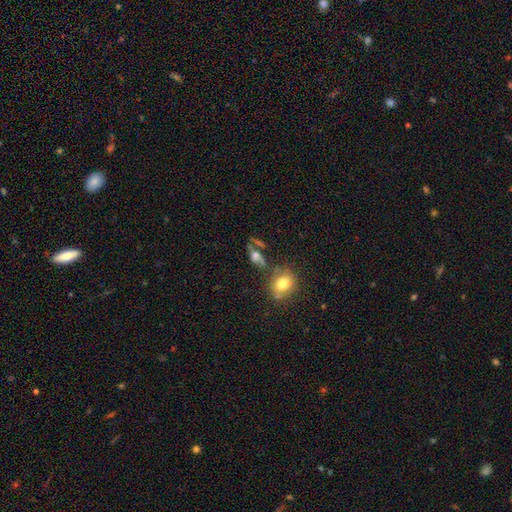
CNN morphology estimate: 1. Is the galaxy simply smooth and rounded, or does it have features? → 51% smooth, 33% featured or disk, 16% star or artifact.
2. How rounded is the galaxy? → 62% in between, 20% round, 19% cigar-shaped.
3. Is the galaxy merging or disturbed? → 49% none, 21% merger, 17% minor disturbance, 13% major disturbance.